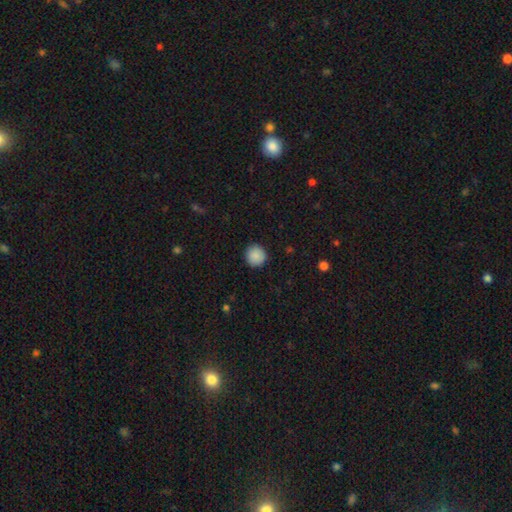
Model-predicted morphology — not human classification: This is clearly a smooth galaxy (89%). How rounded: clearly round (95%). Merging: clearly none (91%).